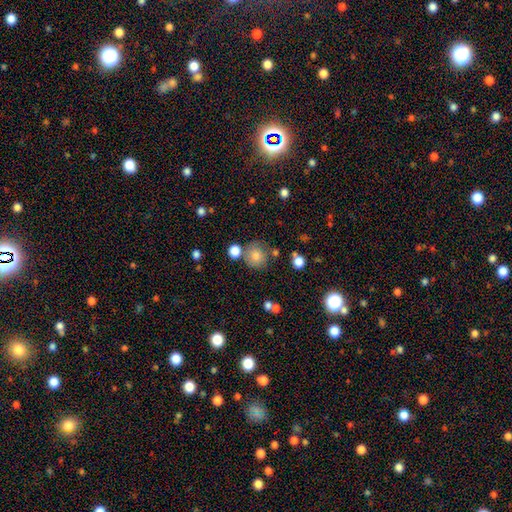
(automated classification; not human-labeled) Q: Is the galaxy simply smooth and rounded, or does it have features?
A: smooth — 79%.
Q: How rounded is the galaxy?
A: round — 86%.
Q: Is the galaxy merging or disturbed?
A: none — 72%.